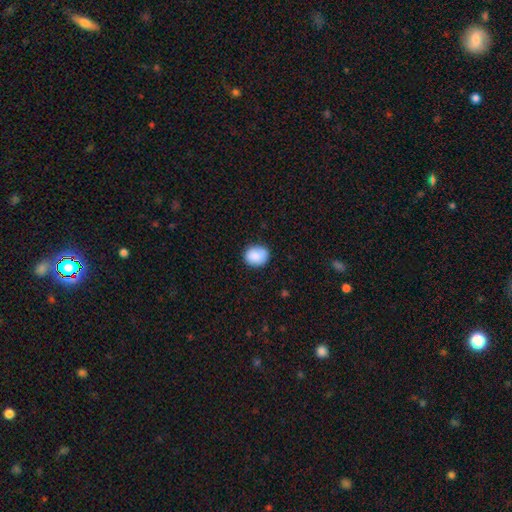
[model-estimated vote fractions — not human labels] smooth 86%, star or artifact 8%, featured or disk 6%. Down the decision tree: how rounded — round (64%); merging — none (77%).